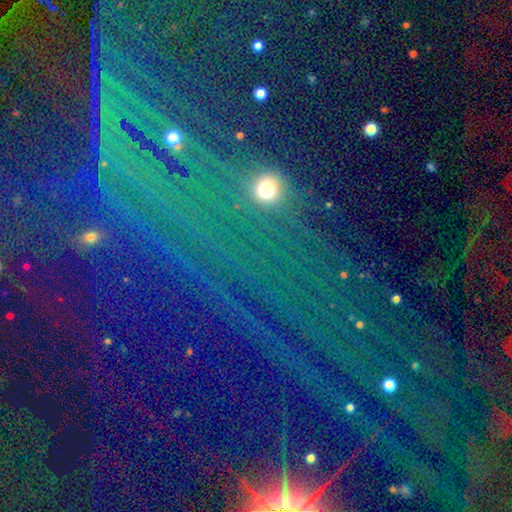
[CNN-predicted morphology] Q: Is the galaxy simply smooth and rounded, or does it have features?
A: star or artifact — 83%.